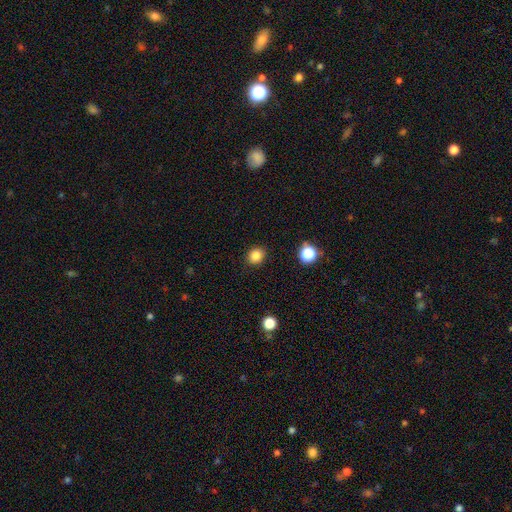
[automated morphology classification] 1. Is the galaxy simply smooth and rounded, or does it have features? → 84% smooth, 12% star or artifact, 4% featured or disk.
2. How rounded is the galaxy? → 73% round, 26% in between, 1% cigar-shaped.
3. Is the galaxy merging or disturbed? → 90% none, 7% minor disturbance, 2% major disturbance, 1% merger.